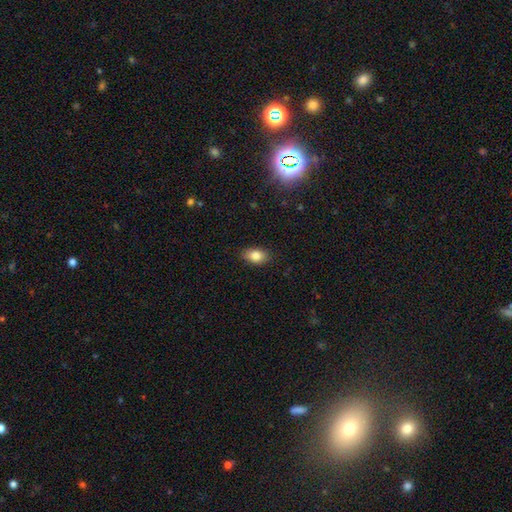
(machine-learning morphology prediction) A smooth galaxy with no disk features (83%) that is in between round and cigar-shaped (87%). Merging: none (86%).